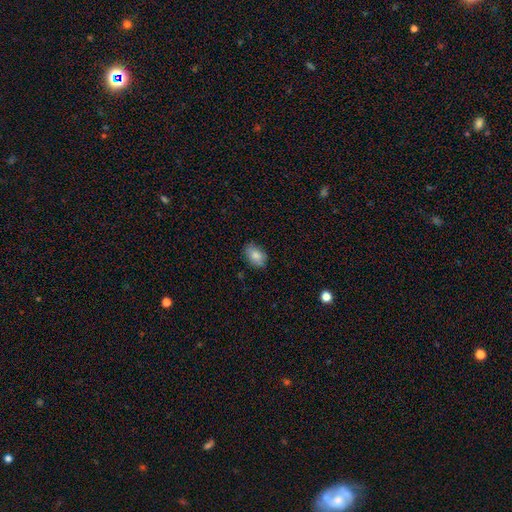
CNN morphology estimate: A smooth galaxy with no disk features (82%) that is in between round and cigar-shaped (85%).

Vote fractions:
- Smooth or featured? smooth: 82% / featured or disk: 10% / star or artifact: 7%
- How rounded? in between: 85% / round: 14% / cigar-shaped: 1%
- Merging? none: 82% / minor disturbance: 14% / major disturbance: 3% / merger: 1%